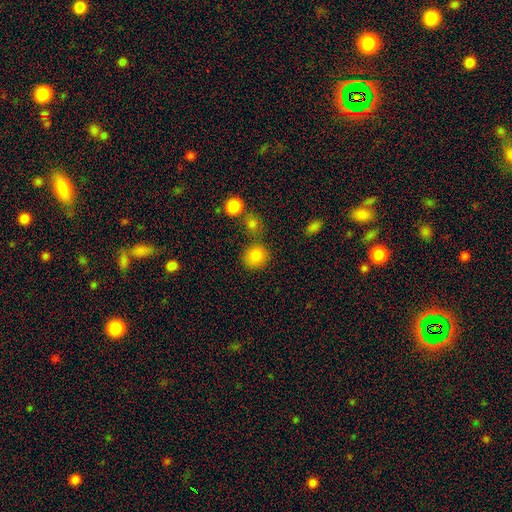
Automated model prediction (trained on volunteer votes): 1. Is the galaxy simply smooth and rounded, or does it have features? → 83% smooth, 11% star or artifact, 6% featured or disk.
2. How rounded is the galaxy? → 85% round, 14% in between, 1% cigar-shaped.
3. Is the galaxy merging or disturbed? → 73% none, 14% merger, 10% minor disturbance, 4% major disturbance.